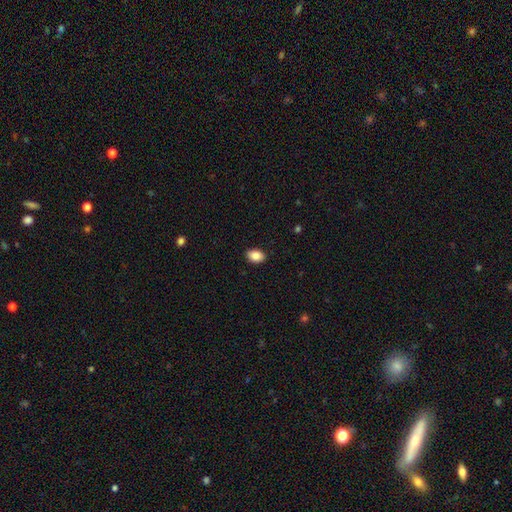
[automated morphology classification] smooth 88%, star or artifact 8%, featured or disk 5%. Down the decision tree: how rounded — in between (84%); merging — none (90%).